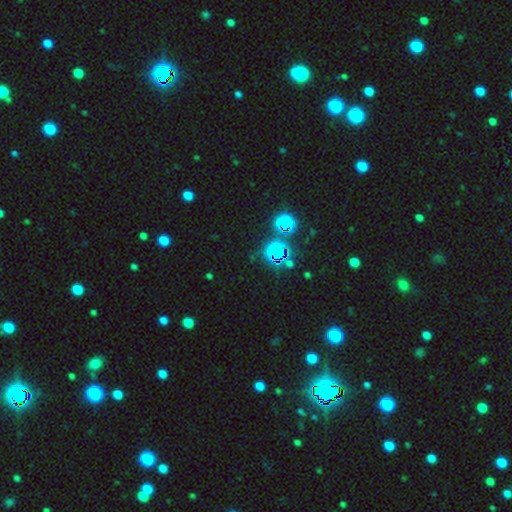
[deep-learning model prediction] Smooth or featured? star or artifact (77%)